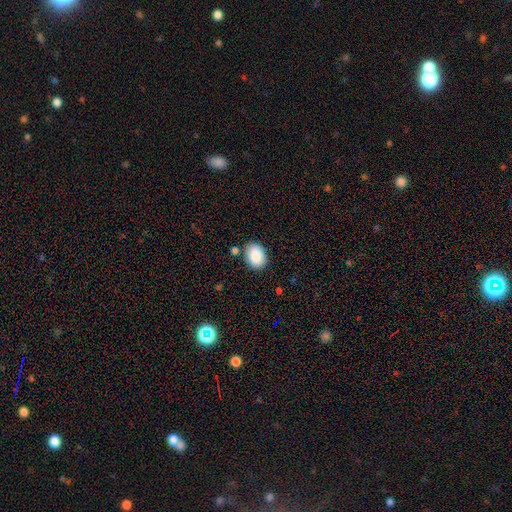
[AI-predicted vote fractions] Smooth or featured? Predicted: smooth (p=0.89). How rounded? Predicted: in between (p=0.77). Merging? Predicted: none (p=0.82).